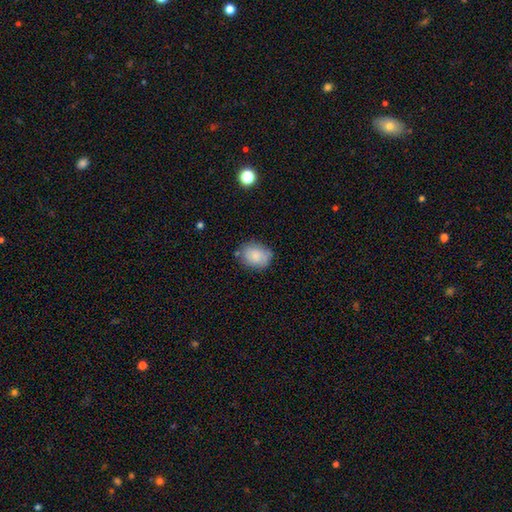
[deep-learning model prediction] A smooth galaxy with no disk features (82%) that is in between round and cigar-shaped (61%). Merging: none (69%).